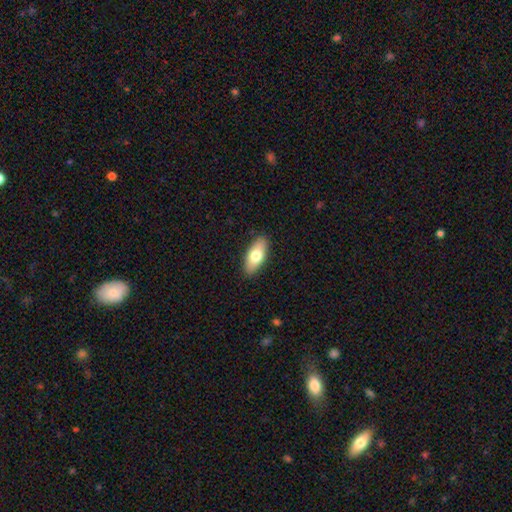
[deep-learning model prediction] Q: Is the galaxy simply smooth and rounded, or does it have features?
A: smooth — 72%.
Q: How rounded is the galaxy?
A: in between — 82%.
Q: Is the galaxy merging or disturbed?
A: none — 89%.